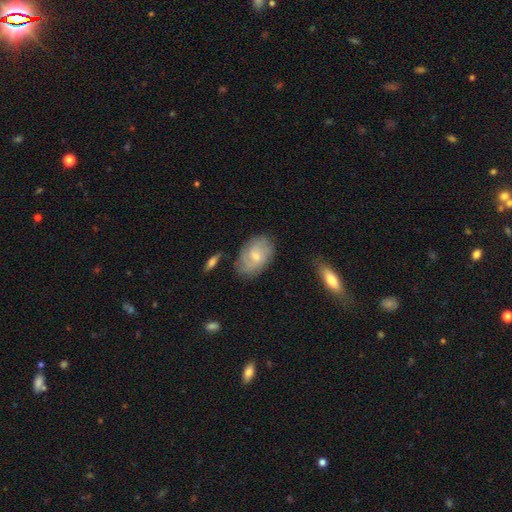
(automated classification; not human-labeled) The model was most divided on "smooth or featured": smooth: 47%, featured or disk: 46%, star or artifact: 7%. More confident: merging — none (70%).